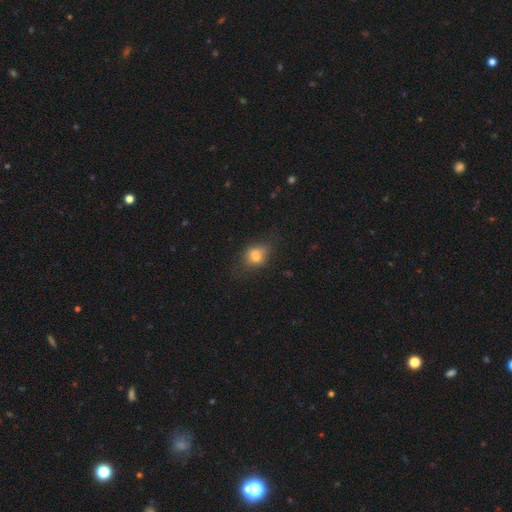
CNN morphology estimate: smooth-or-featured: smooth: 74% | featured or disk: 15% | star or artifact: 11%
  how-rounded: in between: 53% | round: 45% | cigar-shaped: 2%
  merging: none: 61% | minor disturbance: 26% | major disturbance: 10% | merger: 2%